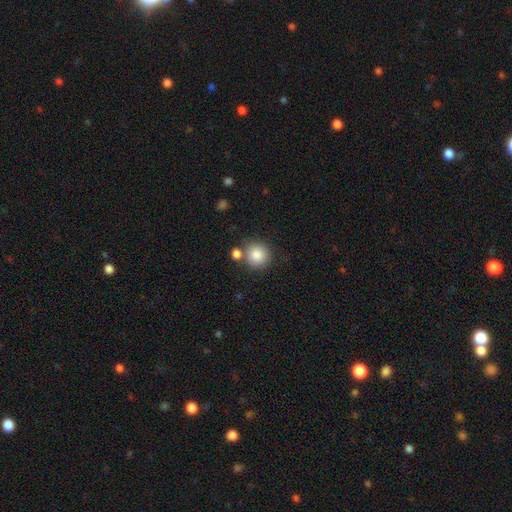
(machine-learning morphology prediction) Smooth or featured: smooth — 85% (star or artifact — 9%)
How rounded: round — 92% (in between — 7%)
Merging: none — 71% (merger — 16%)